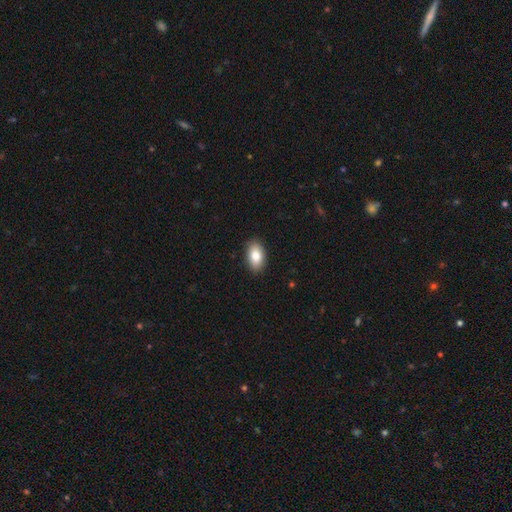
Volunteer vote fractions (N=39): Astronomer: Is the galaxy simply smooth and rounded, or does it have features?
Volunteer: smooth — 79%.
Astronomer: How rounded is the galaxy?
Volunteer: in between — 87%.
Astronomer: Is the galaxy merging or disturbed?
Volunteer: none — 81%.